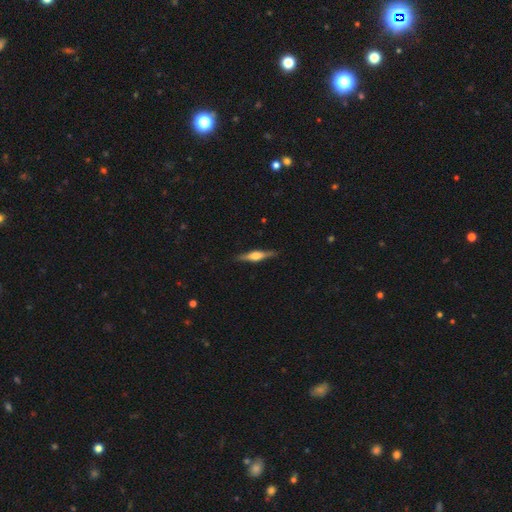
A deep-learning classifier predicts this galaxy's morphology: Smooth or featured? Predicted: featured or disk (p=0.68). Edge-on disk? Predicted: yes (p=0.97). Edge-on bulge? Predicted: rounded (p=0.87). Merging? Predicted: none (p=0.88).